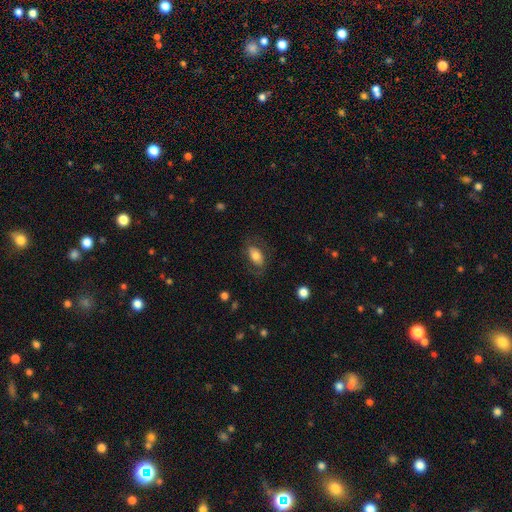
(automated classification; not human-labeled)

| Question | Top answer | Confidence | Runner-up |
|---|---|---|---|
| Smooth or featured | smooth | 69% | featured or disk (24%) |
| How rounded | in between | 90% | round (7%) |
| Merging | none | 70% | minor disturbance (17%) |